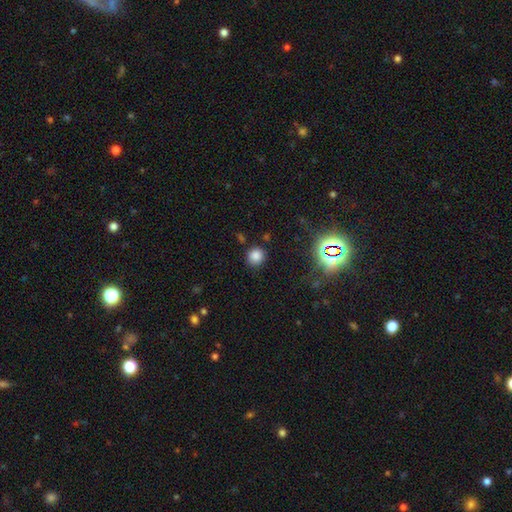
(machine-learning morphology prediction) type=smooth (79%); roundness=round (90%); merging=none (84%).